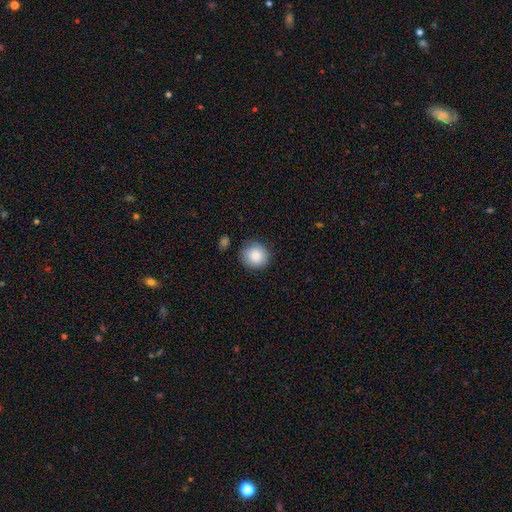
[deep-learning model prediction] Smooth or featured? smooth (87%)
How rounded? round (89%)
Merging? none (85%)